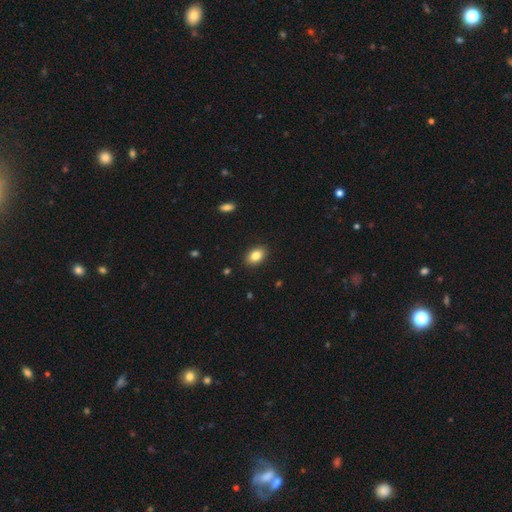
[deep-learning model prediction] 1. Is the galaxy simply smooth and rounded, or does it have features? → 84% smooth, 8% star or artifact, 7% featured or disk.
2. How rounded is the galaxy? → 86% in between, 12% round, 2% cigar-shaped.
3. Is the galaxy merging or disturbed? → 89% none, 8% minor disturbance, 2% major disturbance, 1% merger.